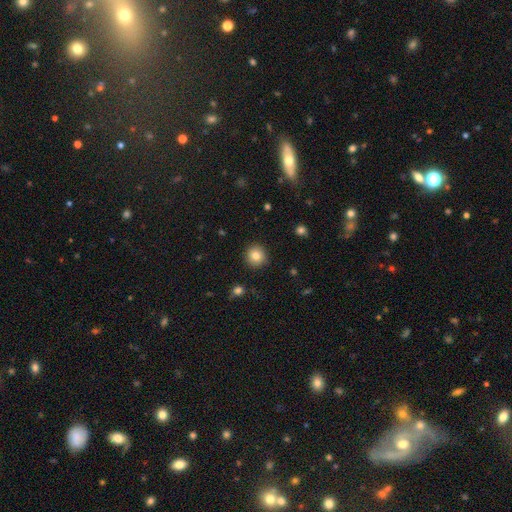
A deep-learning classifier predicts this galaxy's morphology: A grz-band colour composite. It shows a smooth galaxy with no disk features (83%) that is round (90%). Merging: none (90%).